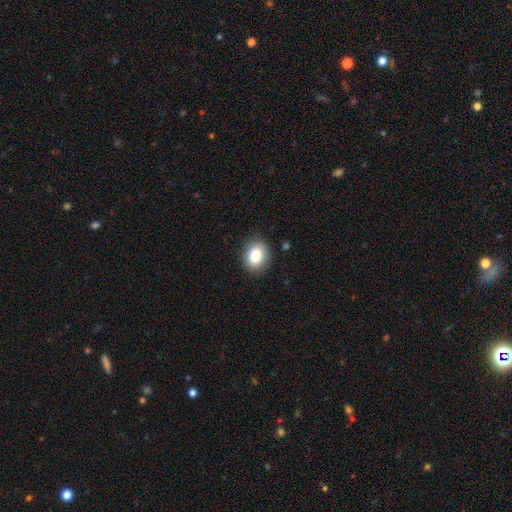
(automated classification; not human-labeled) smooth-or-featured: smooth: 82% | star or artifact: 9% | featured or disk: 9%
  how-rounded: in between: 54% | round: 45% | cigar-shaped: 1%
  merging: none: 88% | minor disturbance: 9% | major disturbance: 2% | merger: 1%